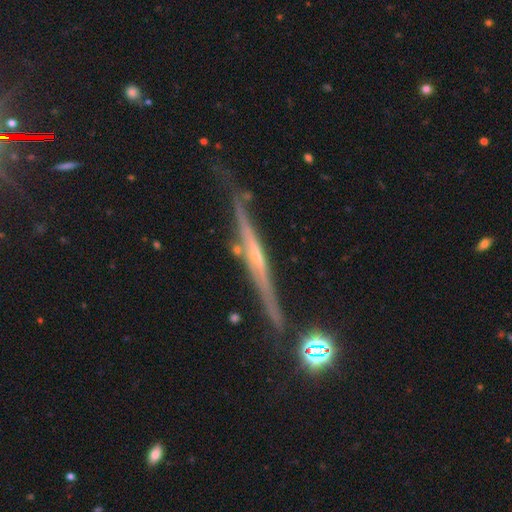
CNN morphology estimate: A featured or disk galaxy (80%) viewed edge-on (97%) with no central bulge (49%).

Vote fractions:
- Smooth or featured? featured or disk: 80% / smooth: 12% / star or artifact: 8%
- Edge-on disk? yes: 97% / no: 3%
- Edge-on bulge? none: 49% / rounded: 44% / boxy: 8%
- Merging? none: 77% / minor disturbance: 16% / major disturbance: 4% / merger: 4%